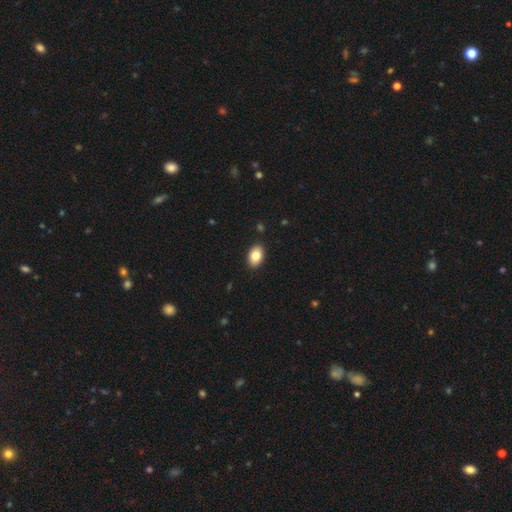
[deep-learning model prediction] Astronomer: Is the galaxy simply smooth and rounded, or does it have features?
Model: smooth — 82%.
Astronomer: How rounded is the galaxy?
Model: in between — 90%.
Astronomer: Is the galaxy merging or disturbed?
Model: none — 90%.